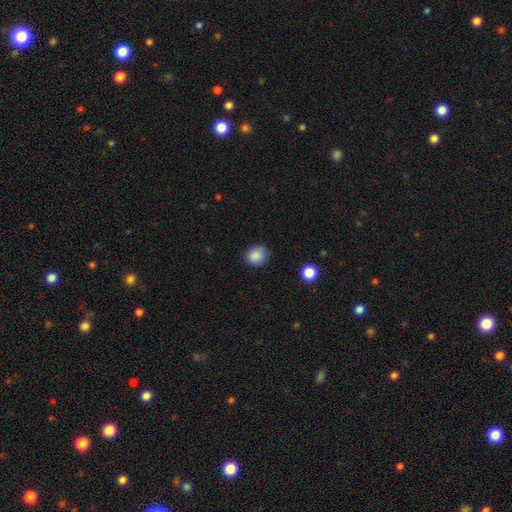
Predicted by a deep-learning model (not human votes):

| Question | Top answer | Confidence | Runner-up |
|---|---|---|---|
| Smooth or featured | smooth | 87% | star or artifact (9%) |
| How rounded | round | 69% | in between (30%) |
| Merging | none | 80% | minor disturbance (16%) |